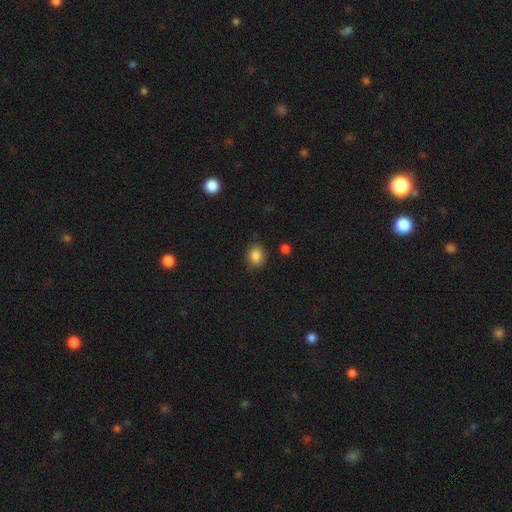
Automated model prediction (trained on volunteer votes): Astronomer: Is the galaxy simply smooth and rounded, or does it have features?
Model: smooth — 87%.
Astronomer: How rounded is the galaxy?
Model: round — 57% (runner-up: in between, 42%).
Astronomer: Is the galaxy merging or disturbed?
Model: none — 85%.